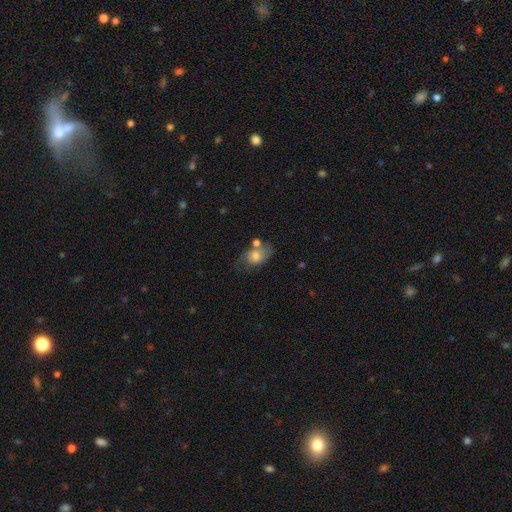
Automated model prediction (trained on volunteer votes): Smooth or featured? Predicted: smooth (p=0.68). How rounded? Predicted: in between (p=0.75). Merging? Predicted: none (p=0.45).